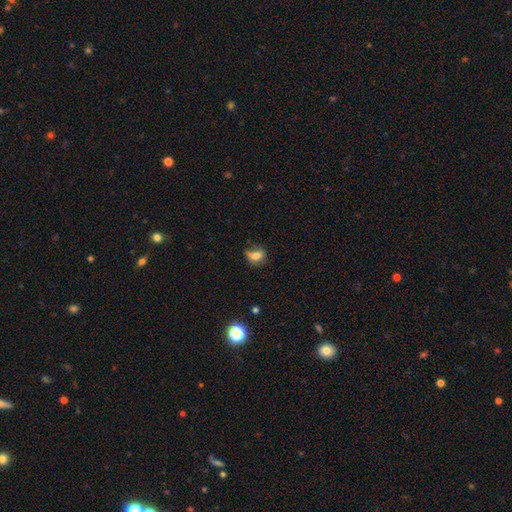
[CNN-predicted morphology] Q: Smooth or featured?
A: smooth (71%); runner-up: featured or disk (16%)
Q: How rounded?
A: in between (60%); runner-up: round (37%)
Q: Merging?
A: none (46%); runner-up: minor disturbance (34%)